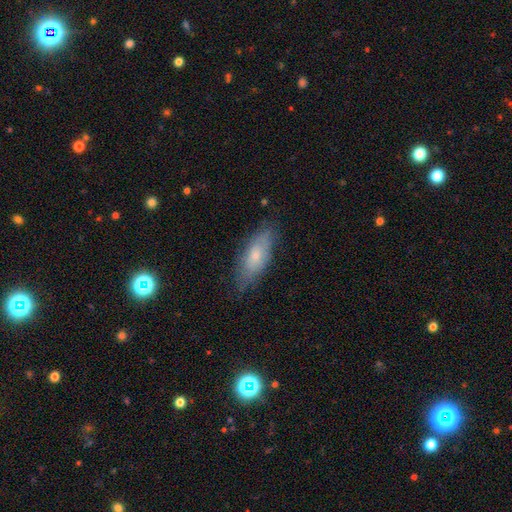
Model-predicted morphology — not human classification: Smooth or featured? Predicted: smooth (p=0.62). How rounded? Predicted: in between (p=0.73). Merging? Predicted: none (p=0.75).